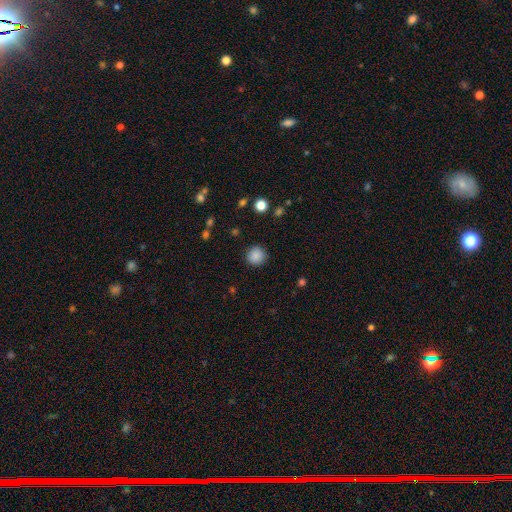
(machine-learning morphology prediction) Overall: smooth (87%). How rounded: round (94%). Merging: none (90%).